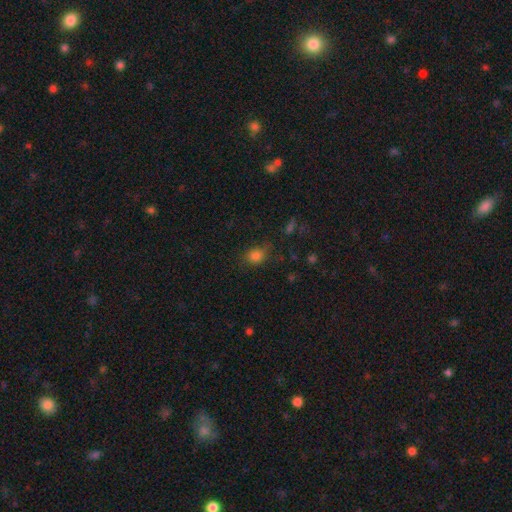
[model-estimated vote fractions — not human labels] The model was most divided on "how rounded": round: 56%, in between: 43%, cigar-shaped: 2%. More confident: smooth or featured — smooth (81%); merging — none (66%).